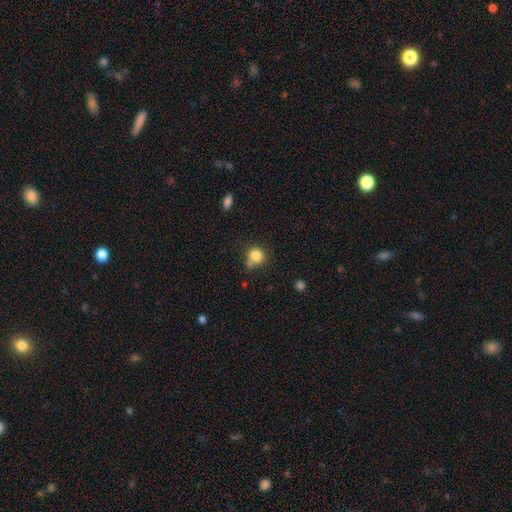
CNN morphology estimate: This is clearly a smooth galaxy (82%). How rounded: clearly round (83%). Merging: possibly none (58%).